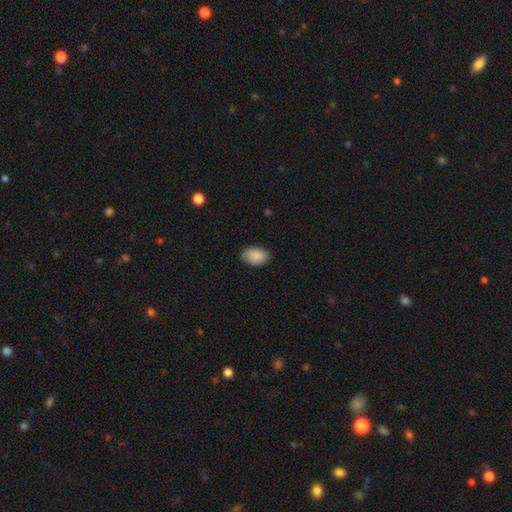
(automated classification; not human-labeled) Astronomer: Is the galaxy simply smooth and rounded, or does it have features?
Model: smooth — 88%.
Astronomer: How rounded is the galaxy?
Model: in between — 90%.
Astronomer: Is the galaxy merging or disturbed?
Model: none — 81%.